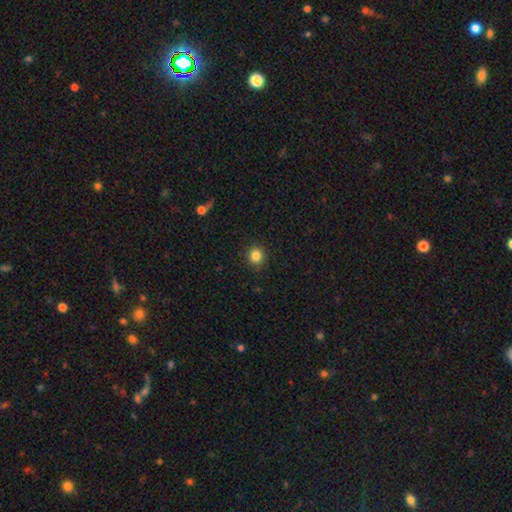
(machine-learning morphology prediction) Overall: smooth (84%). How rounded: round (91%). Merging: none (91%).